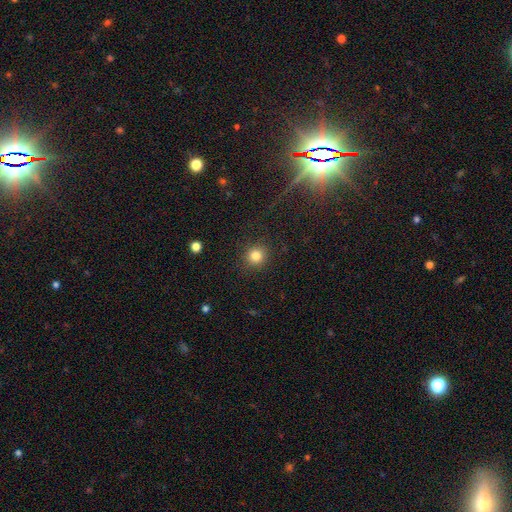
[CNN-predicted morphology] Smooth or featured? Predicted: smooth (p=0.82). How rounded? Predicted: round (p=0.91). Merging? Predicted: none (p=0.90).